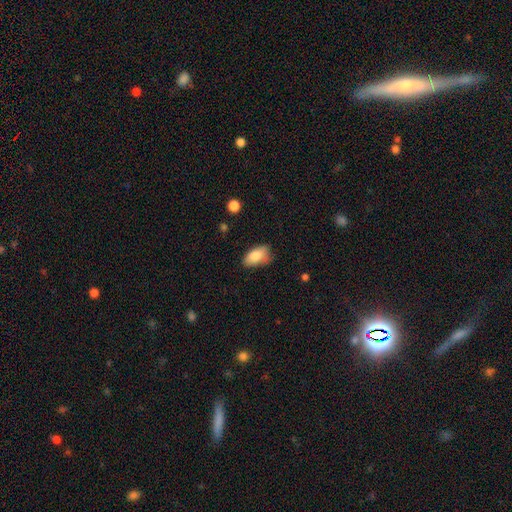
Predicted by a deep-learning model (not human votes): smooth 83%, featured or disk 10%, star or artifact 7%. Down the decision tree: how rounded — in between (92%); merging — none (63%).